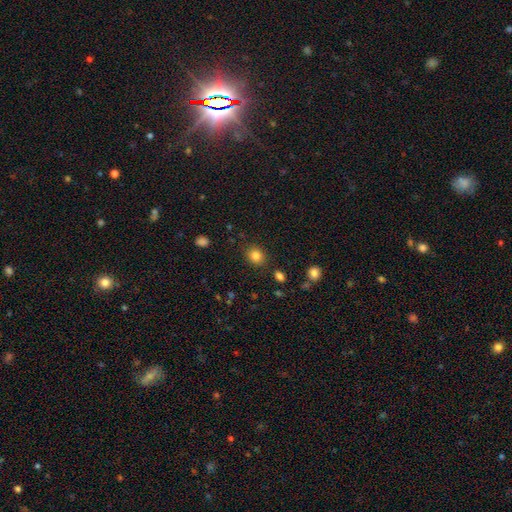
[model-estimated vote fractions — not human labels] Smooth or featured?
  - smooth: 83% *
  - star or artifact: 11%
  - featured or disk: 6%
How rounded?
  - round: 71% *
  - in between: 28%
  - cigar-shaped: 1%
Merging?
  - none: 87% *
  - minor disturbance: 8%
  - major disturbance: 3%
  - merger: 2%